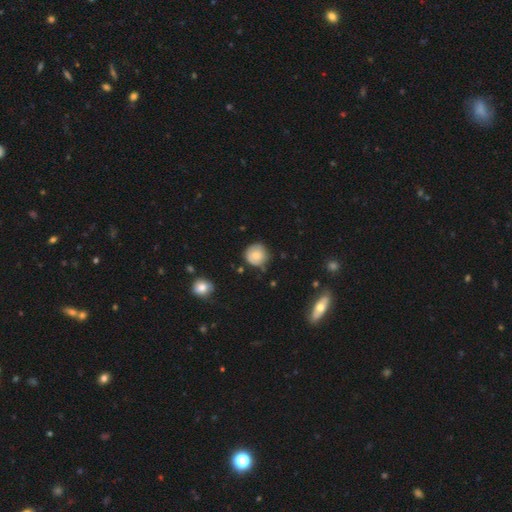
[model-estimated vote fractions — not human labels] smooth-or-featured: smooth: 72% | featured or disk: 20% | star or artifact: 8%
  how-rounded: round: 91% | in between: 8% | cigar-shaped: 1%
  merging: none: 69% | minor disturbance: 24% | major disturbance: 5% | merger: 2%